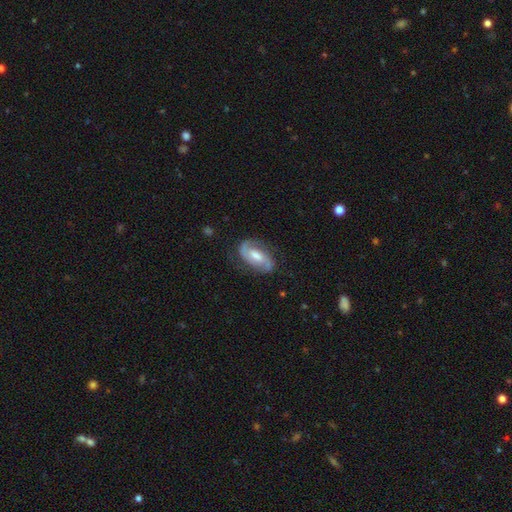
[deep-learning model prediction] Smooth or featured: featured or disk — 83% (smooth — 12%)
Edge-on disk: no — 97% (yes — 3%)
Bar: weak — 47% (no — 33%)
Spiral arms: yes — 95% (no — 5%)
Spiral winding: medium — 49% (tight — 30%)
Spiral arm count: 2 — 89% (can't tell — 5%)
Bulge size: moderate — 62% (small — 21%)
Merging: none — 78% (minor disturbance — 16%)